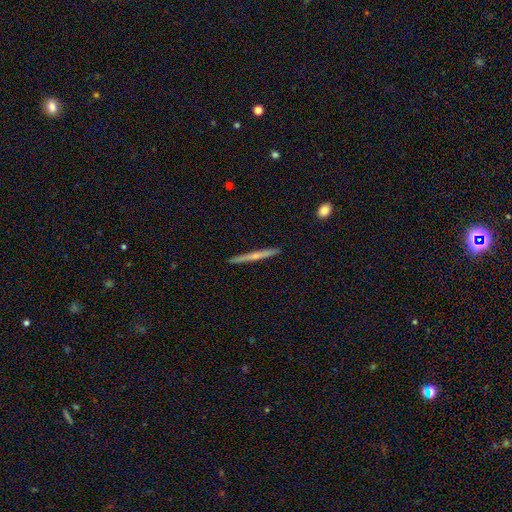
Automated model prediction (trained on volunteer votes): Q: Smooth or featured?
A: featured or disk (56%); runner-up: smooth (38%)
Q: Edge-on disk?
A: yes (98%); runner-up: no (2%)
Q: Edge-on bulge?
A: rounded (49%); runner-up: none (47%)
Q: Merging?
A: none (92%); runner-up: minor disturbance (6%)